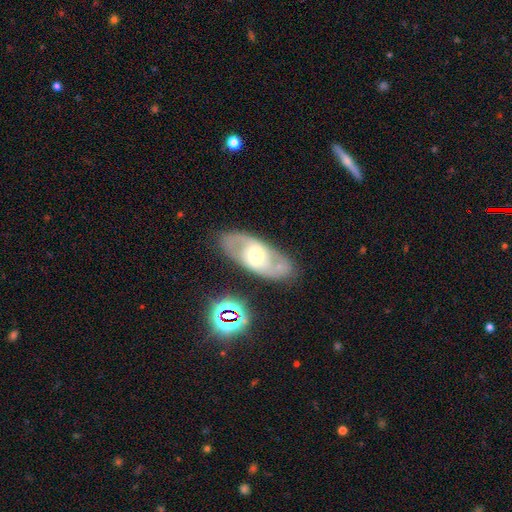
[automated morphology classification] smooth_or_featured: featured or disk (p=0.68) [alt: smooth p=0.24]
disk_edge_on: no (p=0.89) [alt: yes p=0.11]
bar: no (p=0.44) [alt: weak p=0.38]
has_spiral_arms: yes (p=0.67) [alt: no p=0.33]
bulge_size: moderate (p=0.65) [alt: small p=0.19]
merging: none (p=0.79) [alt: minor disturbance p=0.13]